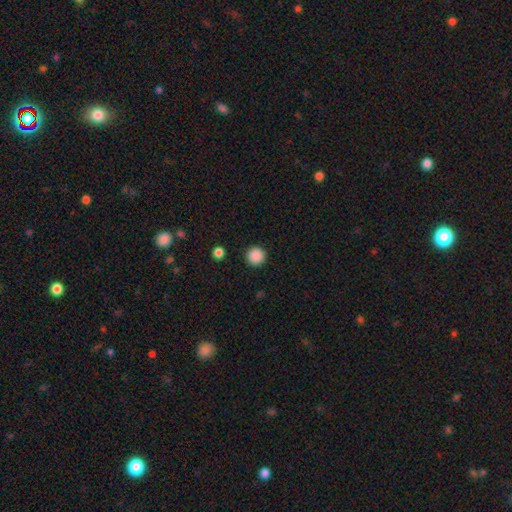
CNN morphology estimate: A smooth galaxy with no disk features (88%) that is round (96%). Merging: none (92%).